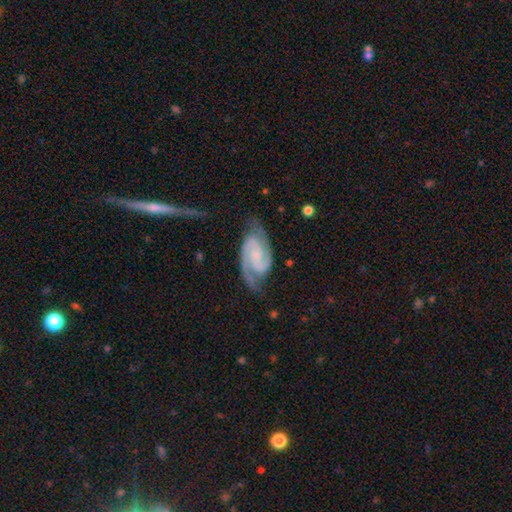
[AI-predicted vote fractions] Smooth or featured: featured or disk — 90% (smooth — 5%)
Edge-on disk: no — 97% (yes — 3%)
Bar: no — 46% (weak — 39%)
Spiral arms: yes — 98% (no — 2%)
Spiral winding: medium — 47% (tight — 42%)
Spiral arm count: 2 — 91% (3 — 3%)
Bulge size: none — 44% (small — 34%)
Merging: none — 72% (minor disturbance — 18%)